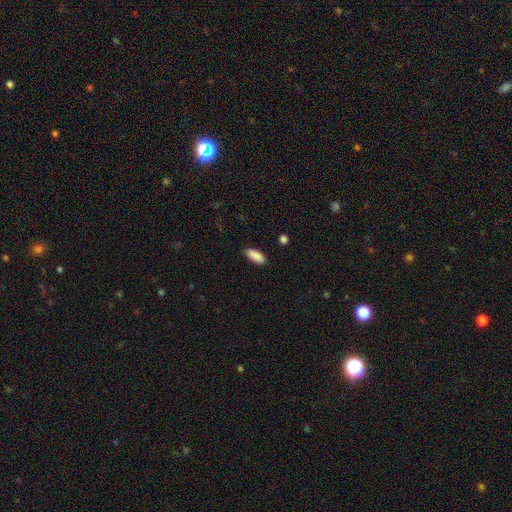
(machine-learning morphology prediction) Smooth or featured? Predicted: smooth (p=0.89). How rounded? Predicted: in between (p=0.79). Merging? Predicted: none (p=0.86).